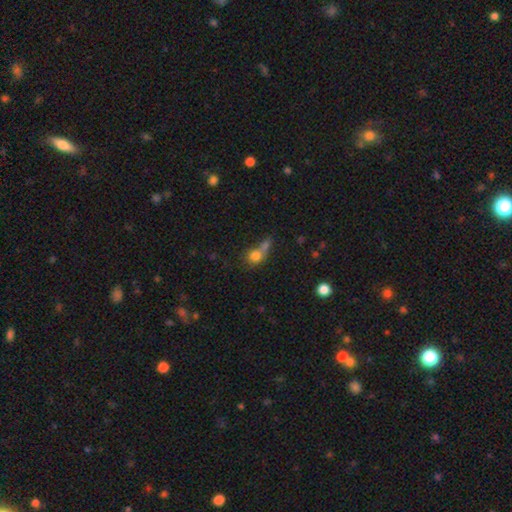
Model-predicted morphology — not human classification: smooth_or_featured: smooth (p=0.76) [alt: featured or disk p=0.12]
how_rounded: round (p=0.69) [alt: in between p=0.28]
merging: merger (p=0.53) [alt: none p=0.27]